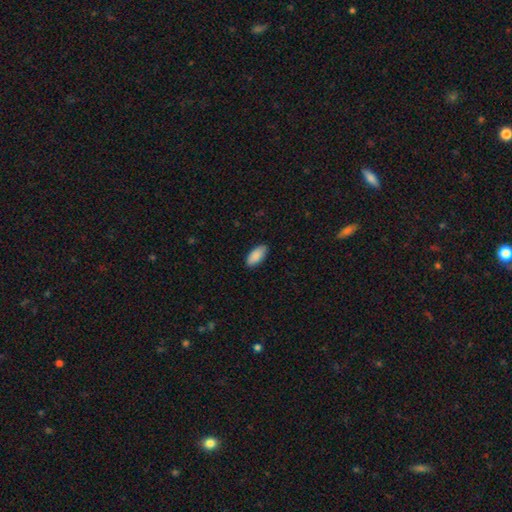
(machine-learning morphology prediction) smooth 90%, star or artifact 6%, featured or disk 5%. Down the decision tree: how rounded — in between (92%); merging — none (87%).